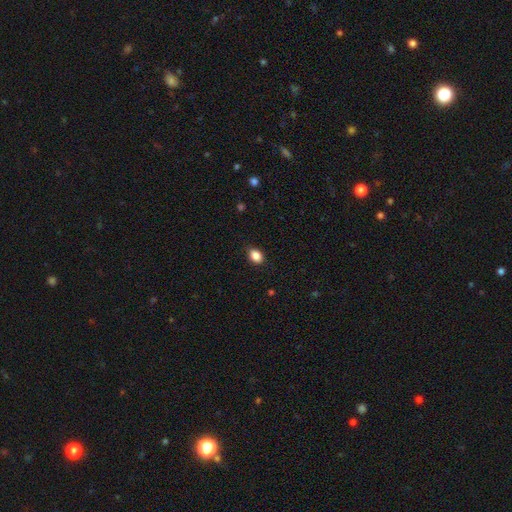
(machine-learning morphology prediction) type=smooth (87%); roundness=in between (73%); merging=none (85%).